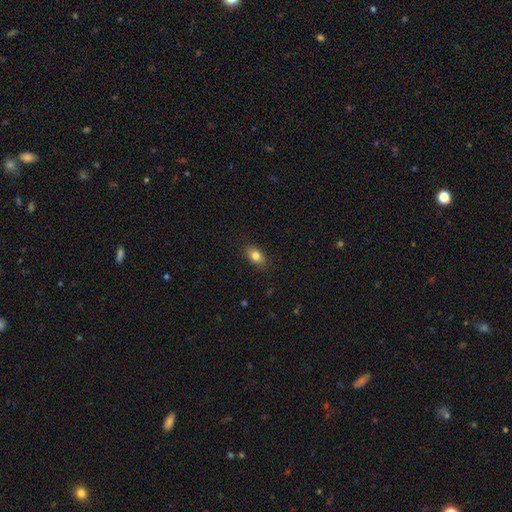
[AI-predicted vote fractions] smooth_or_featured: smooth (p=0.81) [alt: featured or disk p=0.11]
how_rounded: in between (p=0.83) [alt: round p=0.13]
merging: none (p=0.86) [alt: minor disturbance p=0.11]